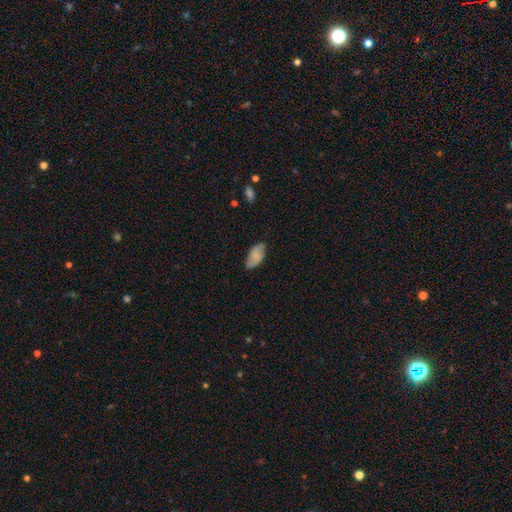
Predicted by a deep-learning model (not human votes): This appears to be a smooth galaxy with no disk features (66%) that is in between round and cigar-shaped (94%). Merging: none (74%).